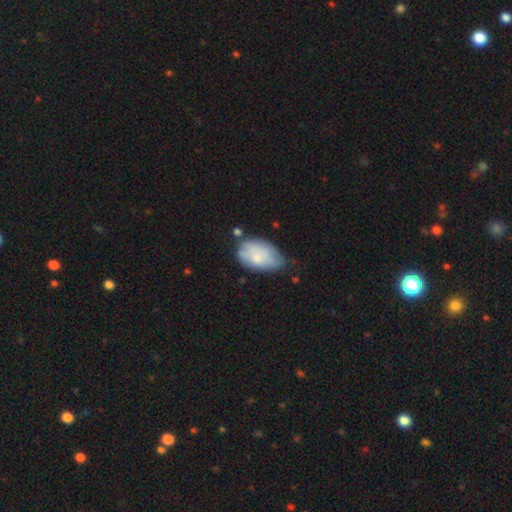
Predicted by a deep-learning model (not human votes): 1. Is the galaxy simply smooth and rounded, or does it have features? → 67% smooth, 27% featured or disk, 6% star or artifact.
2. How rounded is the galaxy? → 92% in between, 6% round, 1% cigar-shaped.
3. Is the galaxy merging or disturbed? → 46% none, 37% minor disturbance, 11% major disturbance, 6% merger.